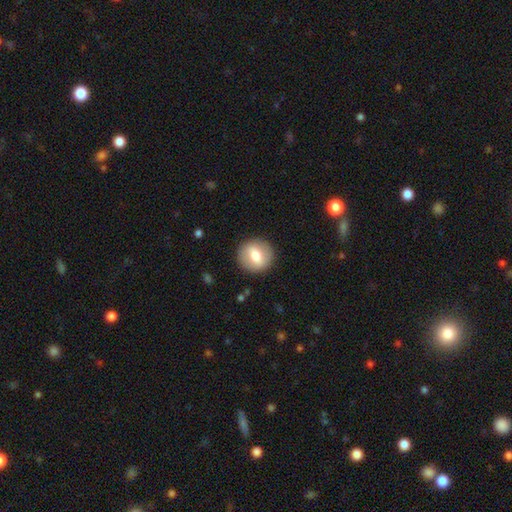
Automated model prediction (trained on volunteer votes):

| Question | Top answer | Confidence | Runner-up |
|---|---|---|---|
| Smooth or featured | smooth | 66% | featured or disk (27%) |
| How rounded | round | 89% | in between (10%) |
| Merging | none | 90% | minor disturbance (7%) |